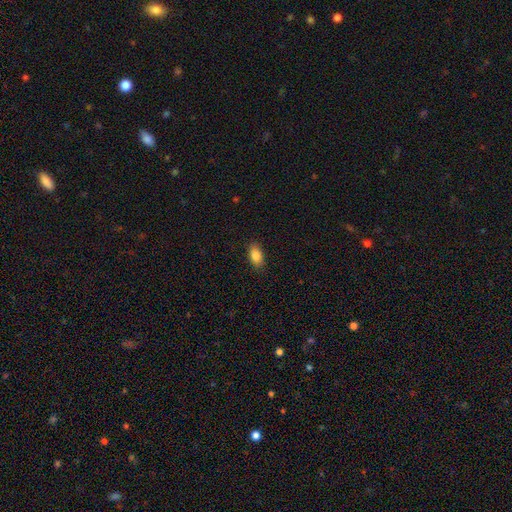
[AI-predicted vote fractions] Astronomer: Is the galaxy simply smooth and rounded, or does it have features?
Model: smooth — 85%.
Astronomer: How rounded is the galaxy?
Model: in between — 90%.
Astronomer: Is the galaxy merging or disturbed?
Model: none — 87%.